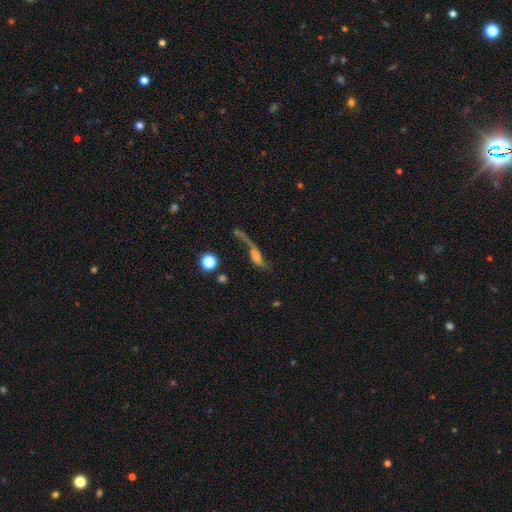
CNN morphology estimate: This is likely a featured or disk galaxy (63%). It is likely not viewed edge-on (73%). Merging: marginally major disturbance (36%).